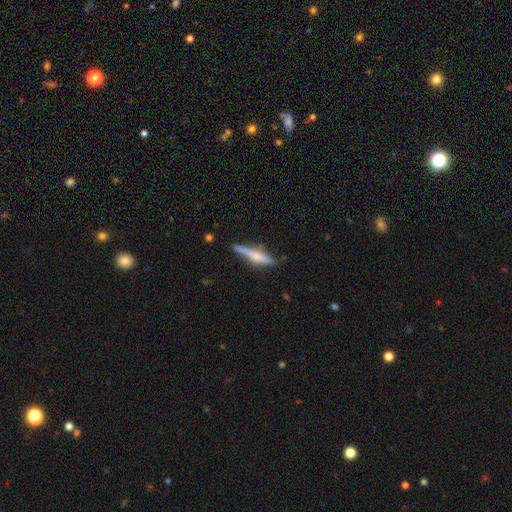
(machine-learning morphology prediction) Q: Smooth or featured?
A: featured or disk (53%); runner-up: smooth (41%)
Q: Edge-on disk?
A: yes (96%); runner-up: no (4%)
Q: Edge-on bulge?
A: rounded (72%); runner-up: none (15%)
Q: Merging?
A: none (80%); runner-up: minor disturbance (14%)